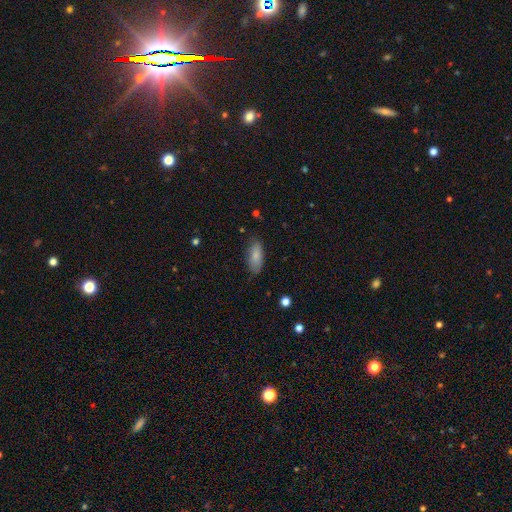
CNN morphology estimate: Smooth or featured?
  - smooth: 83% *
  - featured or disk: 11%
  - star or artifact: 7%
How rounded?
  - in between: 81% *
  - cigar-shaped: 17%
  - round: 2%
Merging?
  - none: 80% *
  - minor disturbance: 16%
  - major disturbance: 3%
  - merger: 1%